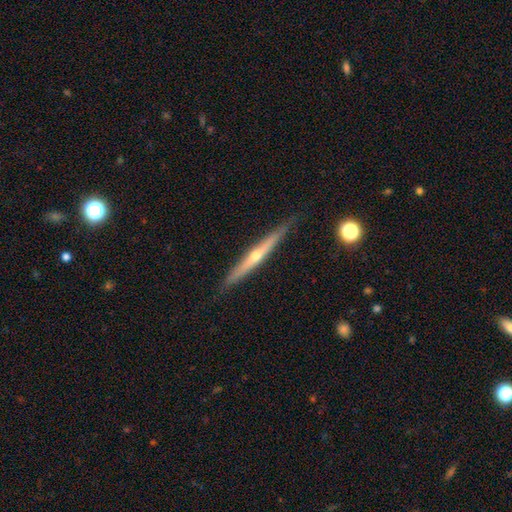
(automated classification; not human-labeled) Smooth or featured? Predicted: featured or disk (p=0.71). Edge-on disk? Predicted: yes (p=0.97). Edge-on bulge? Predicted: rounded (p=0.79). Merging? Predicted: none (p=0.88).